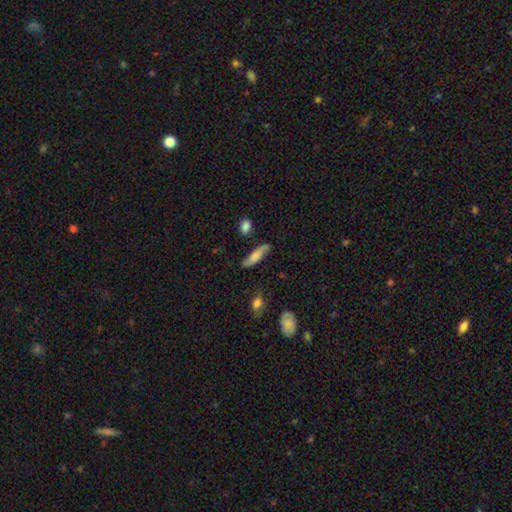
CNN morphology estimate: This is possibly a smooth galaxy (53%). How rounded: possibly cigar-shaped (60%). Merging: likely none (73%).